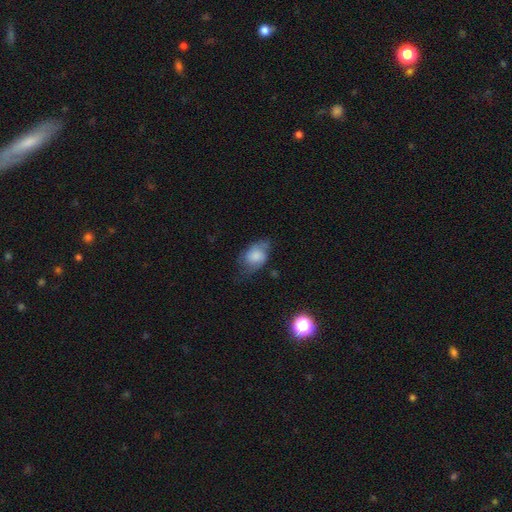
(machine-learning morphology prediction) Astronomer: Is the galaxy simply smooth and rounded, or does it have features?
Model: smooth — 65%.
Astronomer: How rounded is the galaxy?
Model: in between — 81%.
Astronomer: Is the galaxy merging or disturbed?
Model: none — 45% (runner-up: minor disturbance, 35%).